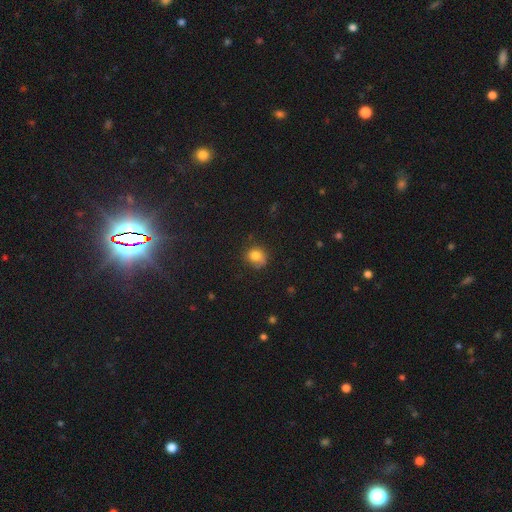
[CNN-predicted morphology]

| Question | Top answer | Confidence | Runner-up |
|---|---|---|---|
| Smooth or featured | smooth | 79% | star or artifact (11%) |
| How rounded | round | 73% | in between (26%) |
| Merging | none | 64% | minor disturbance (25%) |